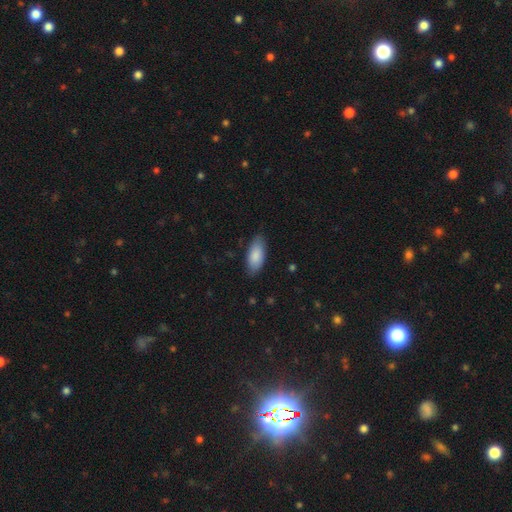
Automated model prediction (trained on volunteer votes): smooth_or_featured: smooth (p=0.87) [alt: featured or disk p=0.08]
how_rounded: in between (p=0.85) [alt: cigar-shaped p=0.13]
merging: none (p=0.83) [alt: minor disturbance p=0.13]